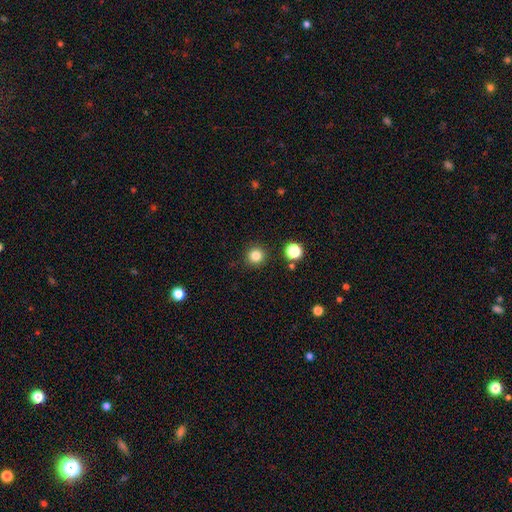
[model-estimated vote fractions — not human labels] smooth_or_featured: smooth (p=0.83) [alt: star or artifact p=0.13]
how_rounded: round (p=0.95) [alt: in between p=0.04]
merging: none (p=0.91) [alt: minor disturbance p=0.05]